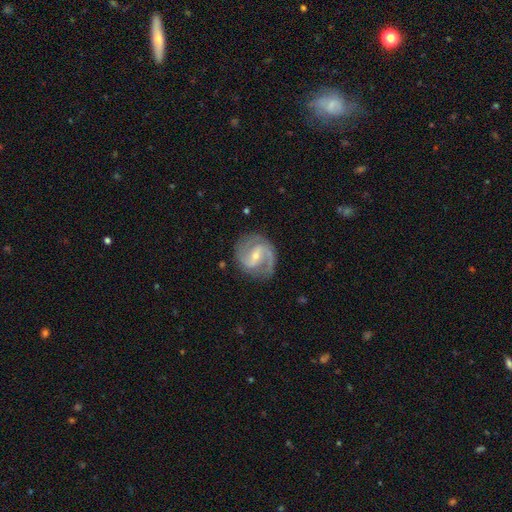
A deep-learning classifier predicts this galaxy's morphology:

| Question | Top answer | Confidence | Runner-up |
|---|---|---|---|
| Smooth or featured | featured or disk | 88% | smooth (7%) |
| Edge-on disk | no | 98% | yes (2%) |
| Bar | weak | 47% | strong (34%) |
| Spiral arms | yes | 97% | no (3%) |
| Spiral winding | medium | 55% | tight (24%) |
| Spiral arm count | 2 | 90% | can't tell (3%) |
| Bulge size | small | 61% | moderate (35%) |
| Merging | none | 80% | minor disturbance (14%) |